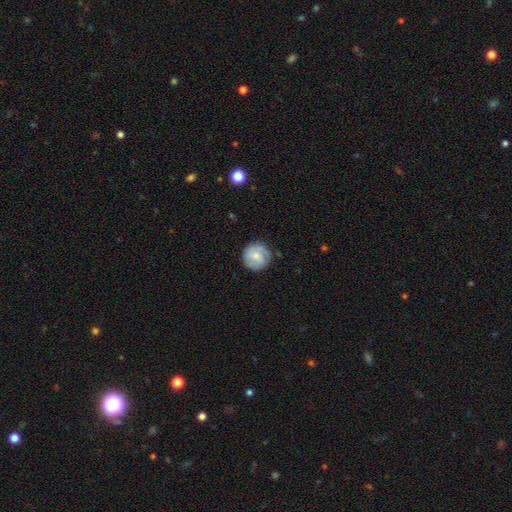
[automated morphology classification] A smooth galaxy with no disk features (49%). Merging: none (79%).